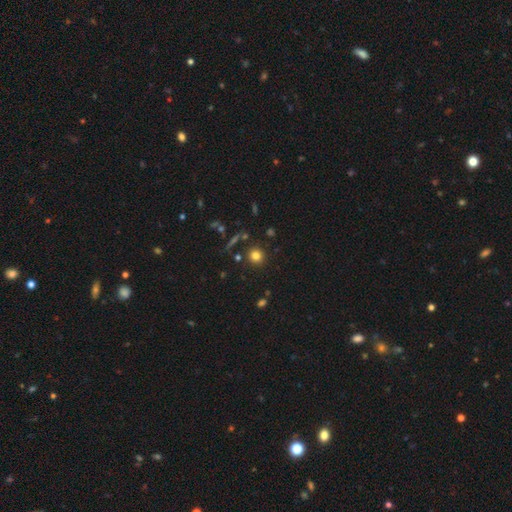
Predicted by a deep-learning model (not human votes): Morphology: type=smooth (78%); roundness=round (92%); merging=none (87%).